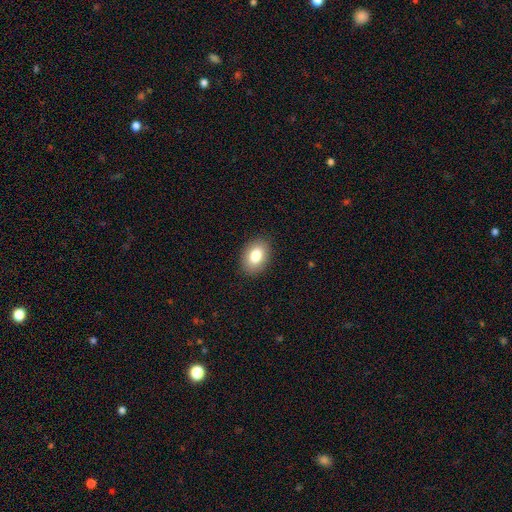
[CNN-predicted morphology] This is clearly a smooth galaxy (81%). How rounded: likely in between (79%). Merging: clearly none (88%).